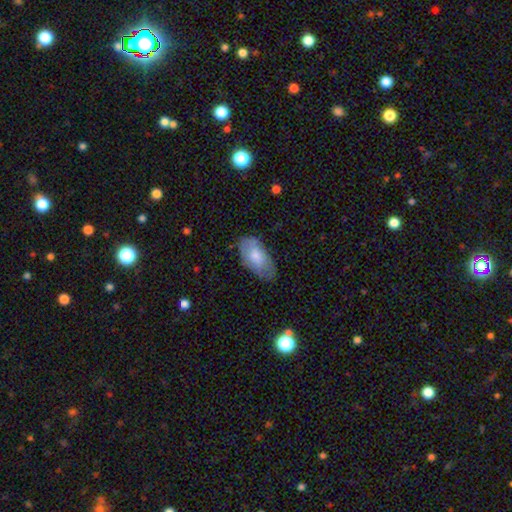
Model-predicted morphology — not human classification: type=smooth (71%); roundness=in between (94%); merging=none (65%).